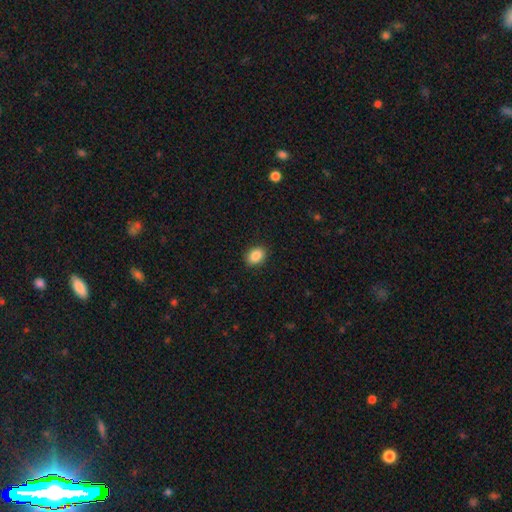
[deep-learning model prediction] A smooth galaxy with no disk features (88%) that is in between round and cigar-shaped (67%). Merging: none (90%).